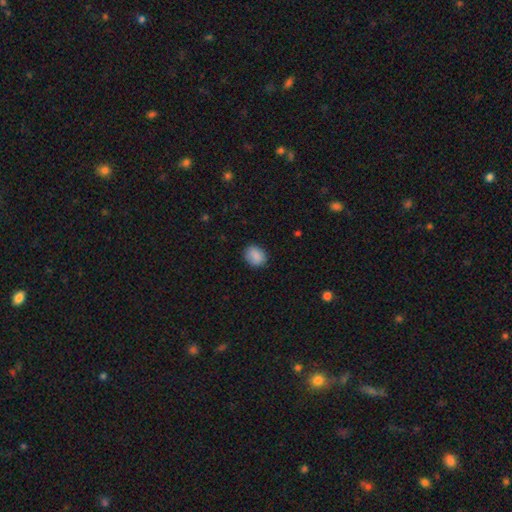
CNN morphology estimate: Smooth or featured: smooth — 89% (star or artifact — 8%)
How rounded: round — 52% (in between — 47%)
Merging: none — 86% (minor disturbance — 10%)